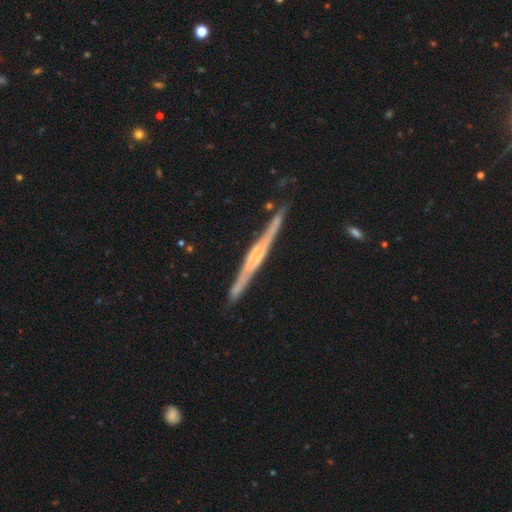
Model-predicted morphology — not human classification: Smooth or featured: featured or disk — 80% (smooth — 15%)
Edge-on disk: yes — 97% (no — 3%)
Edge-on bulge: boxy — 38% (rounded — 34%)
Merging: none — 84% (minor disturbance — 12%)